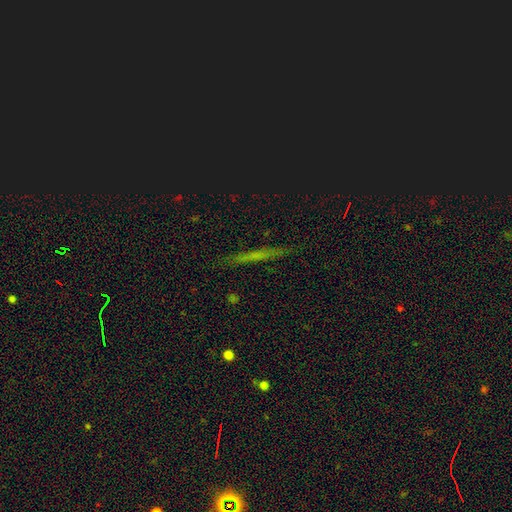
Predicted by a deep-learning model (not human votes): Smooth or featured? Predicted: smooth (p=0.38). Merging? Predicted: none (p=0.88).